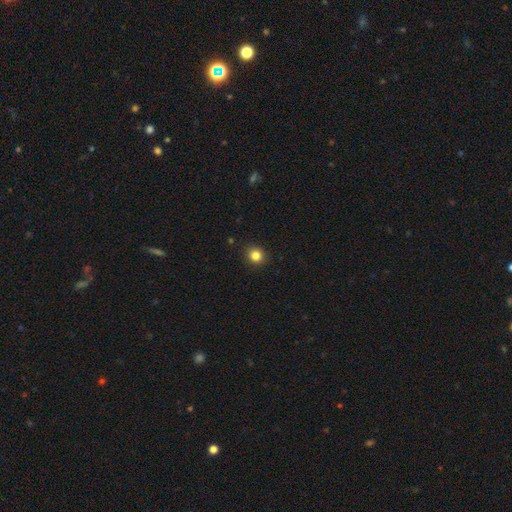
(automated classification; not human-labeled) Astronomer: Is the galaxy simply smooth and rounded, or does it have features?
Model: smooth — 83%.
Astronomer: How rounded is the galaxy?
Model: round — 85%.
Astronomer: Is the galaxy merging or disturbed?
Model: none — 91%.